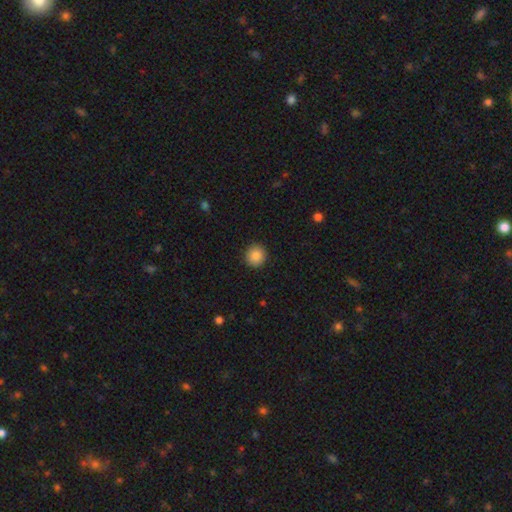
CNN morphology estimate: A smooth galaxy with no disk features (87%) that is round (92%).

Vote fractions:
- Smooth or featured? smooth: 87% / star or artifact: 9% / featured or disk: 4%
- How rounded? round: 92% / in between: 7% / cigar-shaped: 1%
- Merging? none: 92% / minor disturbance: 6% / major disturbance: 2% / merger: 1%